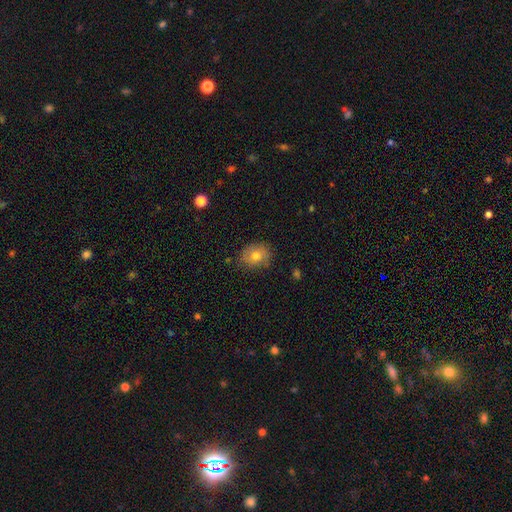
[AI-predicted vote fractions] smooth-or-featured: smooth: 73% | featured or disk: 17% | star or artifact: 10%
  how-rounded: round: 59% | in between: 40% | cigar-shaped: 1%
  merging: none: 79% | minor disturbance: 16% | major disturbance: 3% | merger: 1%